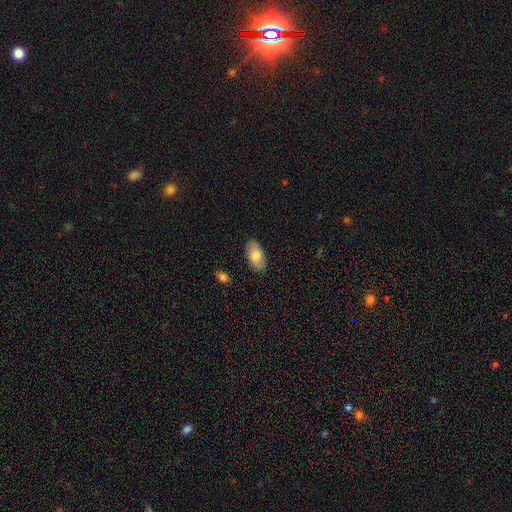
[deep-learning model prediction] Smooth or featured? smooth (73%)
How rounded? in between (94%)
Merging? none (87%)